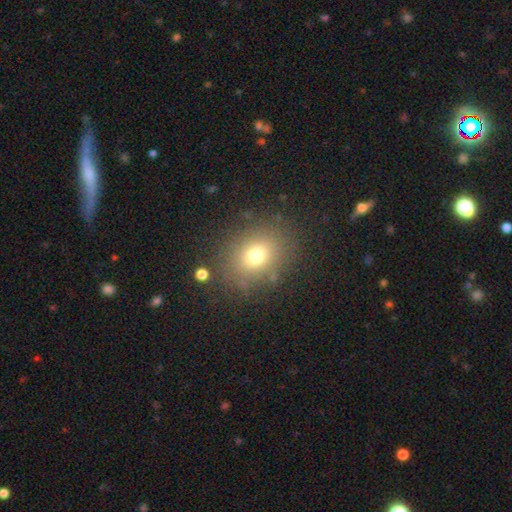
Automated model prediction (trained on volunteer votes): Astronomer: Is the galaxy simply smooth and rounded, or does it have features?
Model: smooth — 72%.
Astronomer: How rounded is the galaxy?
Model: round — 50% (runner-up: in between, 49%).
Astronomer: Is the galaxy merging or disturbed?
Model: none — 82%.